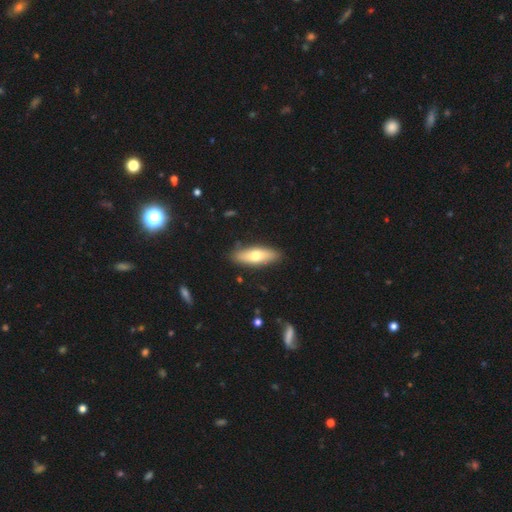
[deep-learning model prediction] This is likely a smooth galaxy (65%). How rounded: possibly in between (54%). Merging: clearly none (87%).